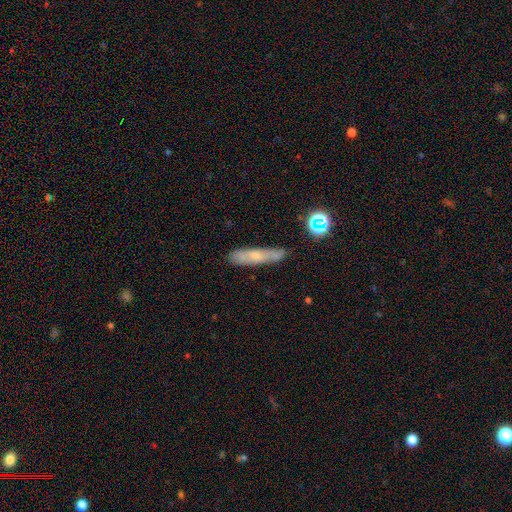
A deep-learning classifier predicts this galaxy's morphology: Smooth or featured?
  - smooth: 54% *
  - featured or disk: 36%
  - star or artifact: 10%
How rounded?
  - cigar-shaped: 82% *
  - in between: 15%
  - round: 3%
Merging?
  - none: 76% *
  - minor disturbance: 17%
  - major disturbance: 4%
  - merger: 3%